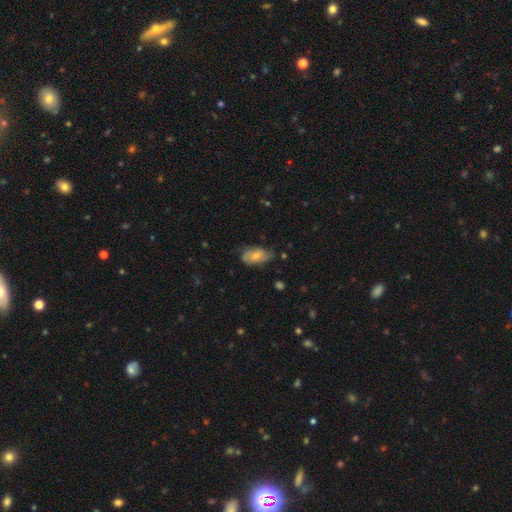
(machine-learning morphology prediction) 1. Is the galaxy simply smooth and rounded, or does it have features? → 56% smooth, 37% featured or disk, 7% star or artifact.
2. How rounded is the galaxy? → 90% in between, 7% round, 3% cigar-shaped.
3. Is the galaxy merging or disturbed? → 53% none, 35% minor disturbance, 10% major disturbance, 2% merger.